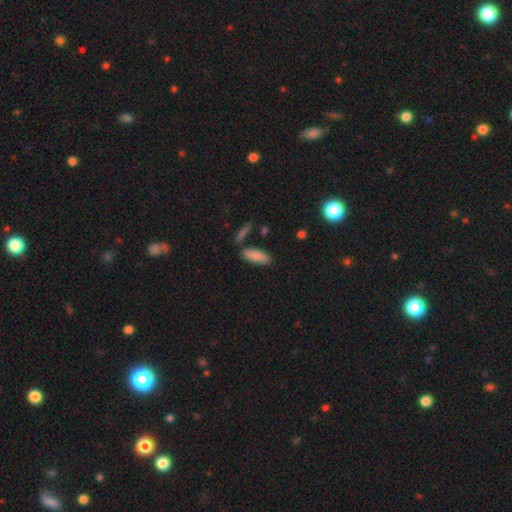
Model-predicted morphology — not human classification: Overall: smooth (84%). How rounded: in between (67%; cigar-shaped 31%). Merging: none (77%).